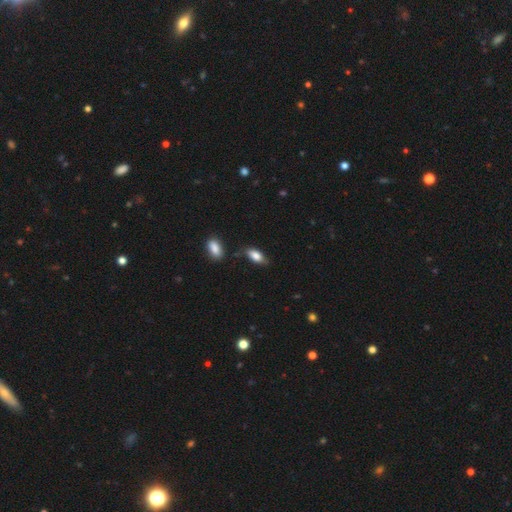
Volunteers were most divided on "merging": none: 60%, minor disturbance: 26%, merger: 9%, major disturbance: 6%. More confident: how rounded — in between (87%); smooth or featured — smooth (84%).